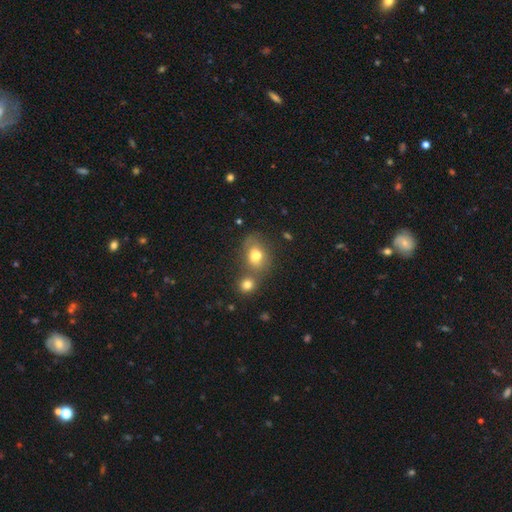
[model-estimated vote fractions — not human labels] Morphology: type=smooth (73%); roundness=in between (67%); merging=none (45%).